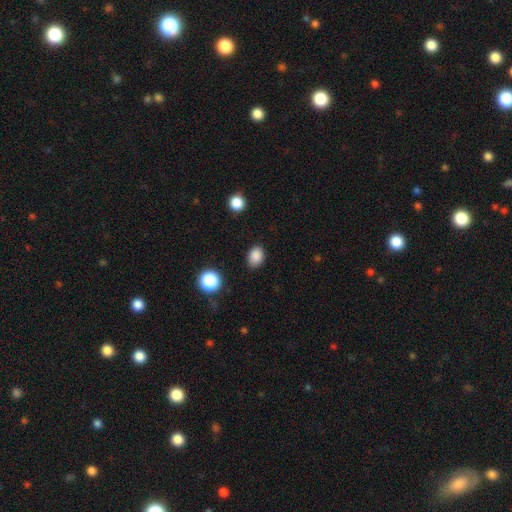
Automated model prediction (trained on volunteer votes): This appears to be a smooth galaxy with no disk features (86%) that is in between round and cigar-shaped (65%). Merging: none (83%).